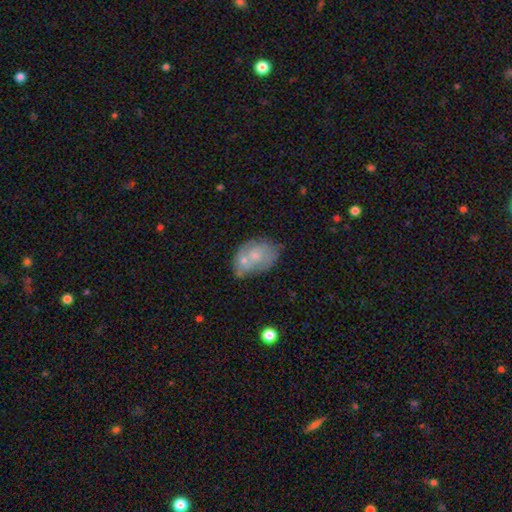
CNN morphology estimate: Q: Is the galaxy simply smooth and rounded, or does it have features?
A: smooth — 47%.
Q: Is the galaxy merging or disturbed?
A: merger — 35%.